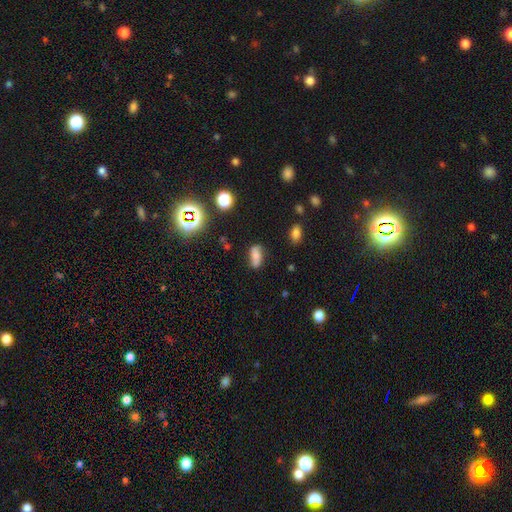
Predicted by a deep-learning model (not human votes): Overall: smooth (59%; featured or disk 26%). How rounded: in between (81%). Merging: none (66%).